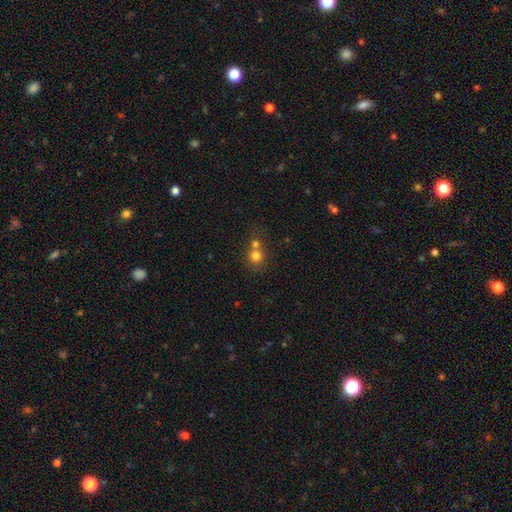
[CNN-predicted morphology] Smooth or featured? Predicted: smooth (p=0.77). How rounded? Predicted: round (p=0.86). Merging? Predicted: merger (p=0.53).